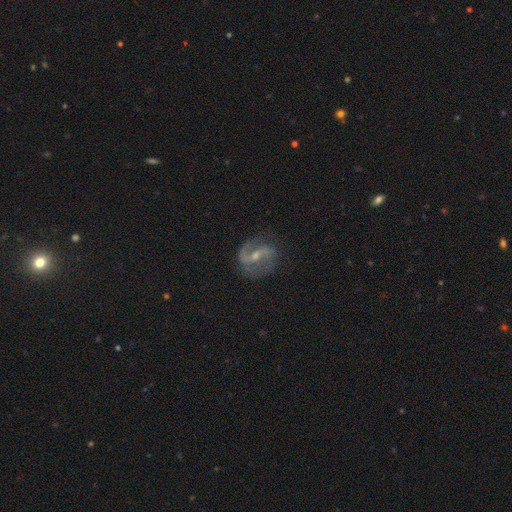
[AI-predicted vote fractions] smooth_or_featured: featured or disk (p=0.86) [alt: smooth p=0.08]
disk_edge_on: no (p=0.97) [alt: yes p=0.03]
bar: weak (p=0.44) [alt: strong p=0.38]
has_spiral_arms: yes (p=0.95) [alt: no p=0.05]
spiral_winding: medium (p=0.49) [alt: loose p=0.35]
spiral_arm_count: 2 (p=0.87) [alt: 1 p=0.05]
bulge_size: small (p=0.58) [alt: moderate p=0.37]
merging: none (p=0.75) [alt: minor disturbance p=0.16]